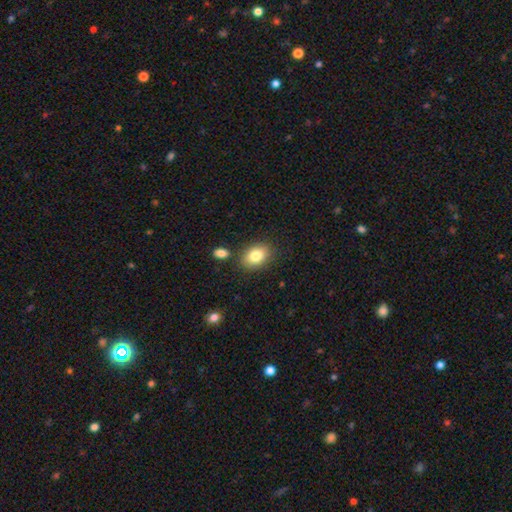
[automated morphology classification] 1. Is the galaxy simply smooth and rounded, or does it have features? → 83% smooth, 9% featured or disk, 8% star or artifact.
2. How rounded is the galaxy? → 78% in between, 21% round, 1% cigar-shaped.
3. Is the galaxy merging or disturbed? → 81% none, 10% minor disturbance, 6% merger, 3% major disturbance.